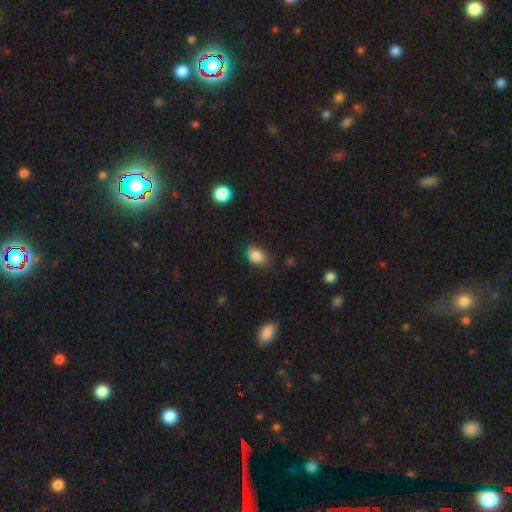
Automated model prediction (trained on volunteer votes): smooth_or_featured: smooth (p=0.83) [alt: star or artifact p=0.11]
how_rounded: in between (p=0.74) [alt: round p=0.25]
merging: none (p=0.64) [alt: minor disturbance p=0.29]